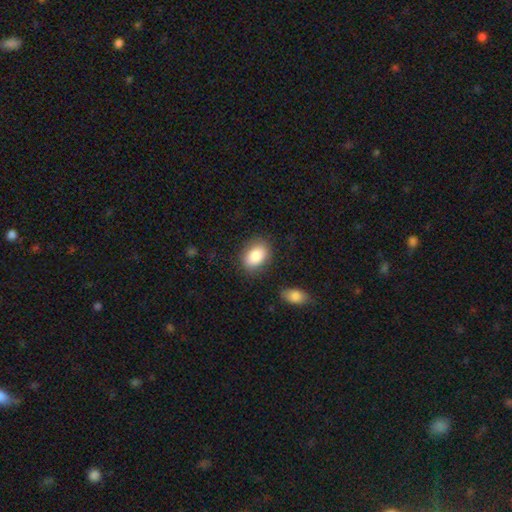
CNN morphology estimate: Smooth or featured: smooth — 86% (featured or disk — 7%)
How rounded: in between — 80% (round — 18%)
Merging: none — 79% (minor disturbance — 14%)